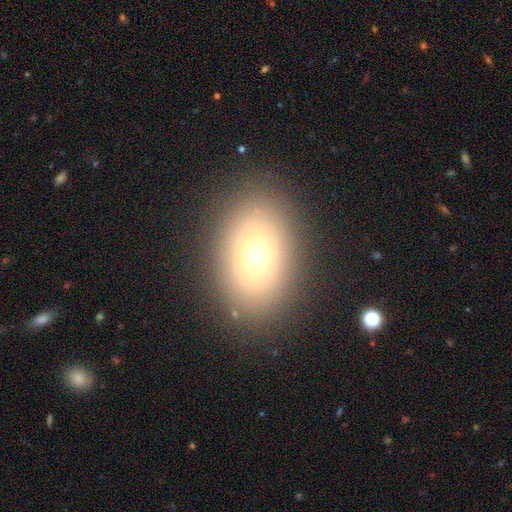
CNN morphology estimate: smooth-or-featured: smooth: 65% | featured or disk: 21% | star or artifact: 13%
  how-rounded: in between: 79% | round: 20% | cigar-shaped: 1%
  merging: none: 84% | minor disturbance: 10% | major disturbance: 4% | merger: 1%